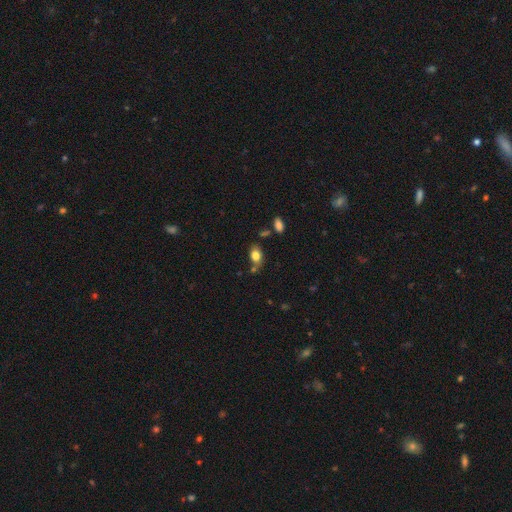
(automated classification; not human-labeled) smooth 80%, featured or disk 10%, star or artifact 10%. Down the decision tree: how rounded — in between (79%); merging — none (68%).